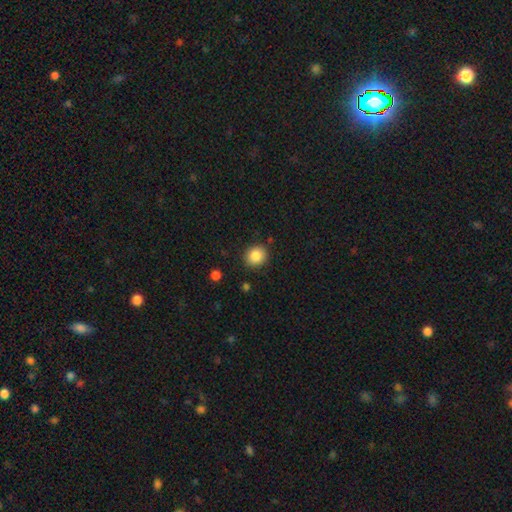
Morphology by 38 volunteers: Smooth or featured: smooth — 92% (star or artifact — 5%)
How rounded: round — 91% (in between — 9%)
Merging: none — 83% (minor disturbance — 11%)